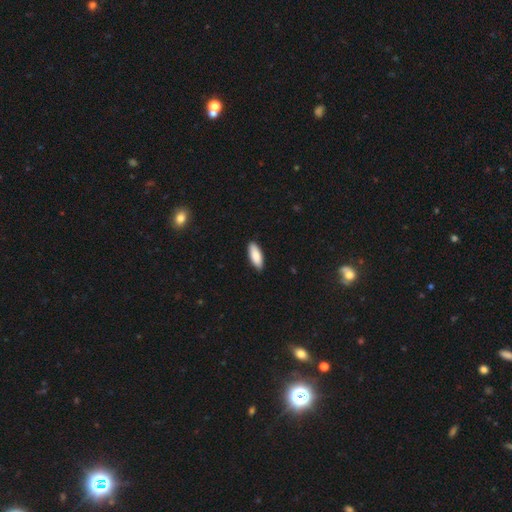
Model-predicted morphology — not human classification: Overall: smooth (87%). How rounded: in between (75%). Merging: none (88%).